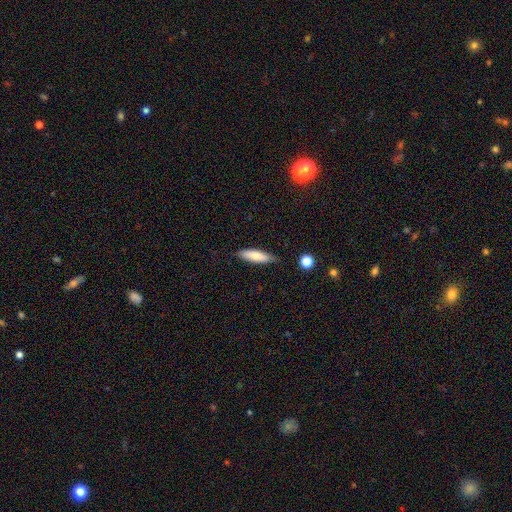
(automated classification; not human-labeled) Smooth or featured? Predicted: smooth (p=0.71). How rounded? Predicted: cigar-shaped (p=0.59). Merging? Predicted: none (p=0.80).